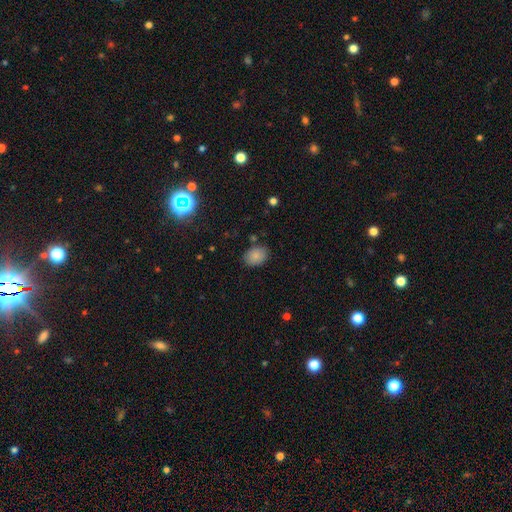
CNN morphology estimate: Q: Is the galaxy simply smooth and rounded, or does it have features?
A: smooth — 85%.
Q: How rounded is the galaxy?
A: in between — 70%.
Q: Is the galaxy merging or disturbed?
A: none — 83%.